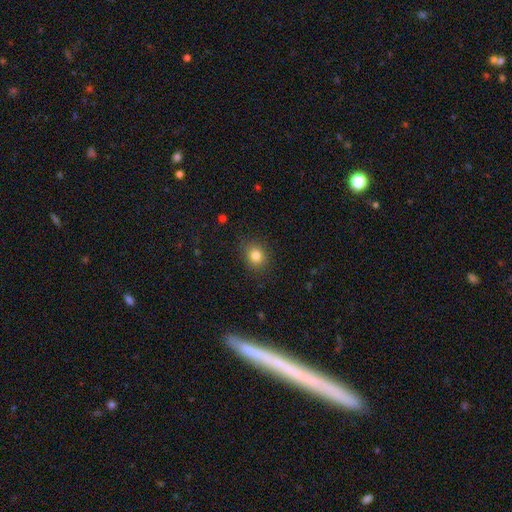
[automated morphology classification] Smooth or featured? Predicted: smooth (p=0.82). How rounded? Predicted: round (p=0.66). Merging? Predicted: none (p=0.85).